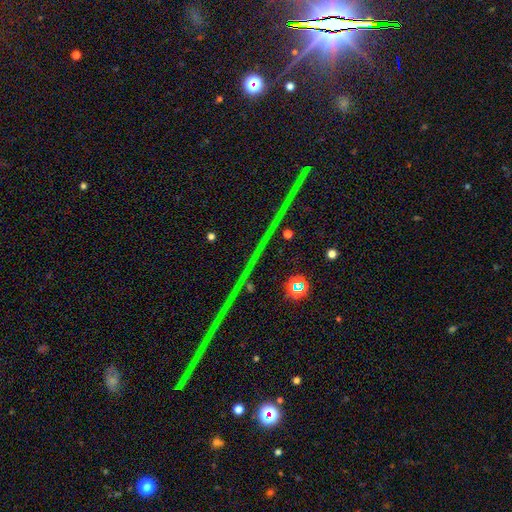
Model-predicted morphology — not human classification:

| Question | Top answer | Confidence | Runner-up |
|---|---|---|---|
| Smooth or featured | star or artifact | 83% | featured or disk (10%) |